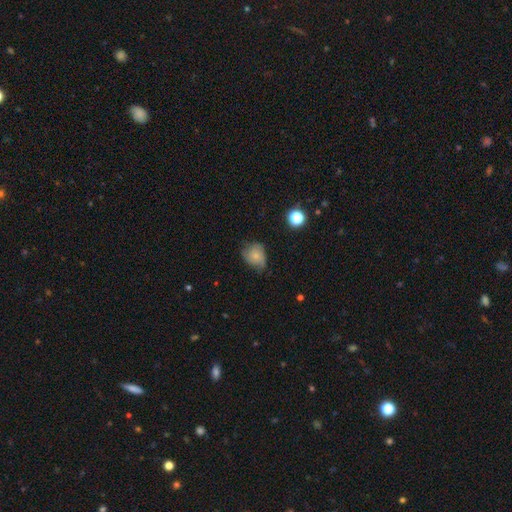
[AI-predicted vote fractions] The model was most divided on "merging": none: 45%, minor disturbance: 40%, major disturbance: 13%, merger: 2%. More confident: smooth or featured — smooth (62%); how rounded — round (59%).